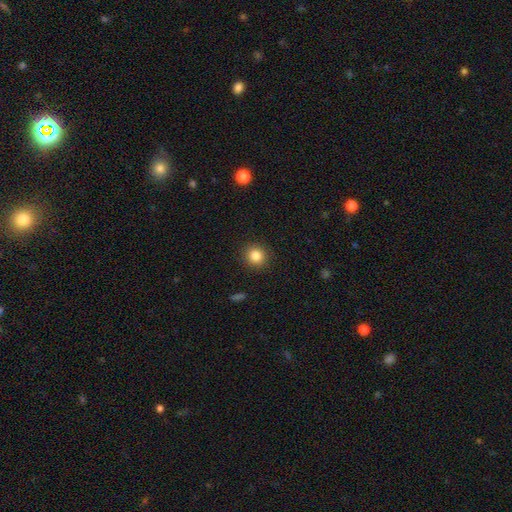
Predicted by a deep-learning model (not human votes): smooth-or-featured: smooth: 84% | star or artifact: 11% | featured or disk: 5%
  how-rounded: round: 88% | in between: 11% | cigar-shaped: 1%
  merging: none: 90% | minor disturbance: 6% | major disturbance: 2% | merger: 1%